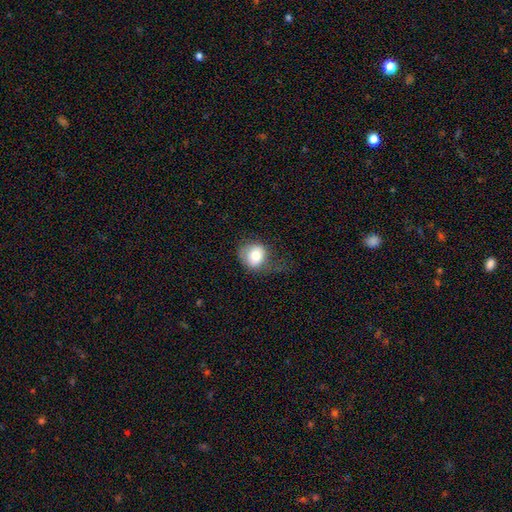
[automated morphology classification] The model was most divided on "merging": none: 45%, minor disturbance: 29%, major disturbance: 23%, merger: 2%. More confident: smooth or featured — smooth (77%); how rounded — round (74%).